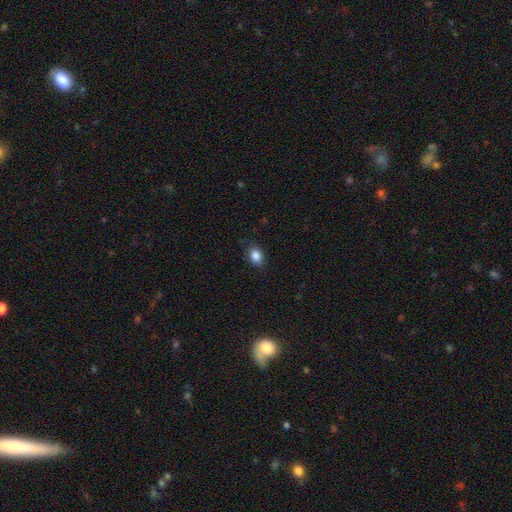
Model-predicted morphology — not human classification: smooth_or_featured: smooth (p=0.86) [alt: star or artifact p=0.09]
how_rounded: in between (p=0.72) [alt: round p=0.27]
merging: none (p=0.83) [alt: minor disturbance p=0.13]